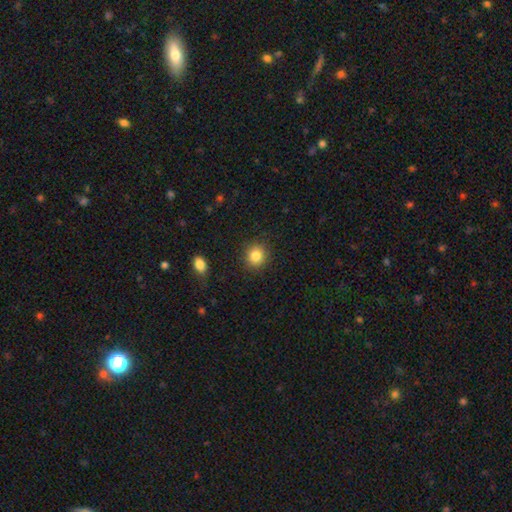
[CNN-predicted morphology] Q: Smooth or featured?
A: smooth (84%); runner-up: star or artifact (10%)
Q: How rounded?
A: round (87%); runner-up: in between (12%)
Q: Merging?
A: none (89%); runner-up: minor disturbance (7%)